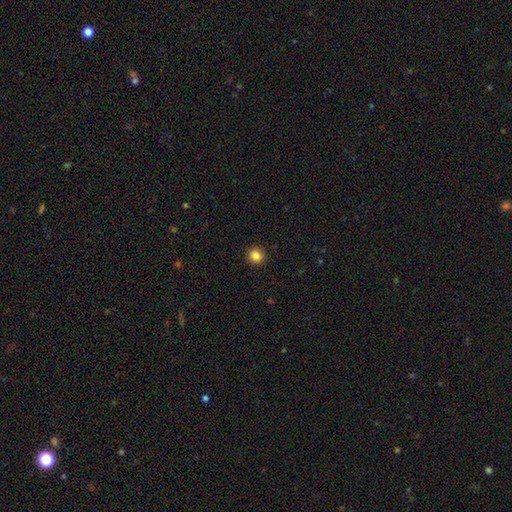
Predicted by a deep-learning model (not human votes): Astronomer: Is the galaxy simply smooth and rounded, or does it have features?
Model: smooth — 85%.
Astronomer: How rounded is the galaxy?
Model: round — 91%.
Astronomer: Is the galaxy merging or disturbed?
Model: none — 93%.